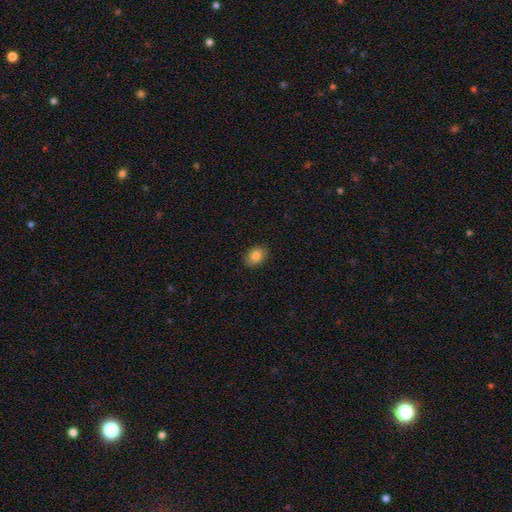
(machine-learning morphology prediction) type=smooth (85%); roundness=in between (73%); merging=none (88%).